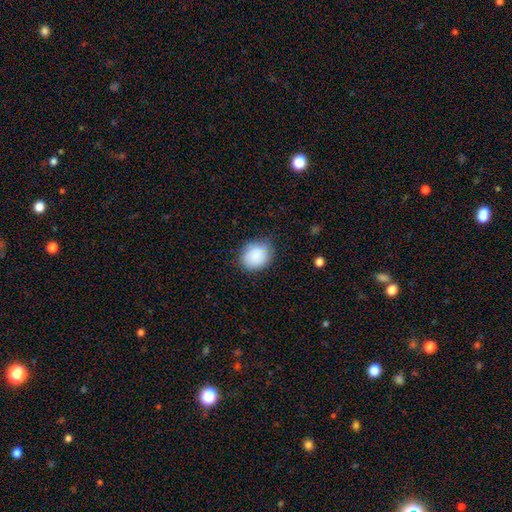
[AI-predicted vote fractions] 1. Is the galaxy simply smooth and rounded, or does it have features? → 87% smooth, 7% star or artifact, 5% featured or disk.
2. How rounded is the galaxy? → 65% round, 34% in between, 1% cigar-shaped.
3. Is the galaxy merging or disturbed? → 79% none, 16% minor disturbance, 4% major disturbance, 1% merger.